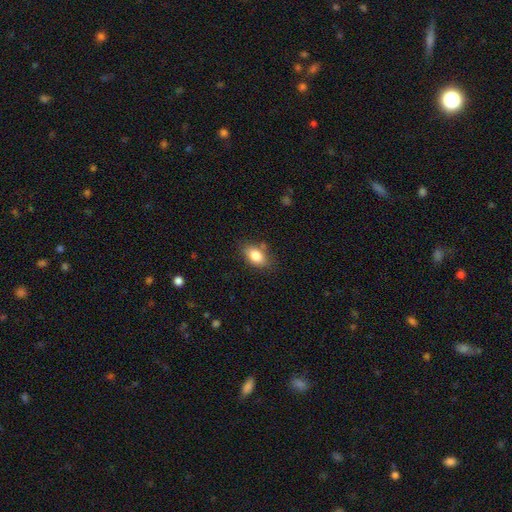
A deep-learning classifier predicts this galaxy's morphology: A smooth galaxy with no disk features (83%) that is in between round and cigar-shaped (85%).

Vote fractions:
- Smooth or featured? smooth: 83% / featured or disk: 9% / star or artifact: 8%
- How rounded? in between: 85% / round: 12% / cigar-shaped: 2%
- Merging? none: 77% / minor disturbance: 16% / merger: 4% / major disturbance: 4%